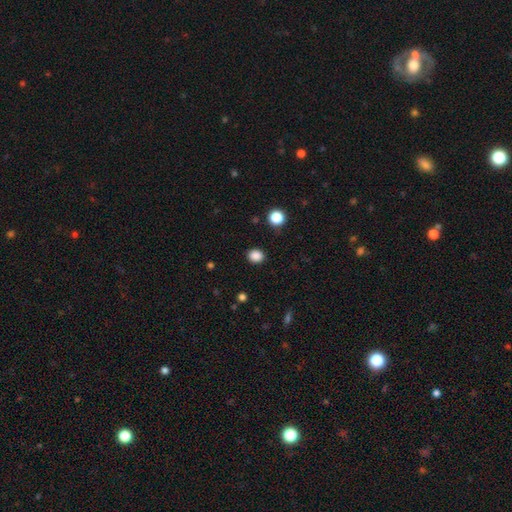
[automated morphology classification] smooth-or-featured: smooth: 86% | star or artifact: 11% | featured or disk: 3%
  how-rounded: round: 66% | in between: 33% | cigar-shaped: 1%
  merging: none: 89% | minor disturbance: 7% | major disturbance: 2% | merger: 1%